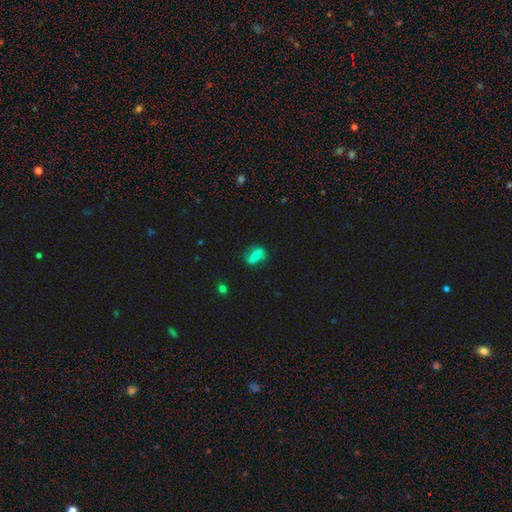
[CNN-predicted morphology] Smooth or featured? Predicted: smooth (p=0.56). How rounded? Predicted: in between (p=0.74). Merging? Predicted: none (p=0.70).